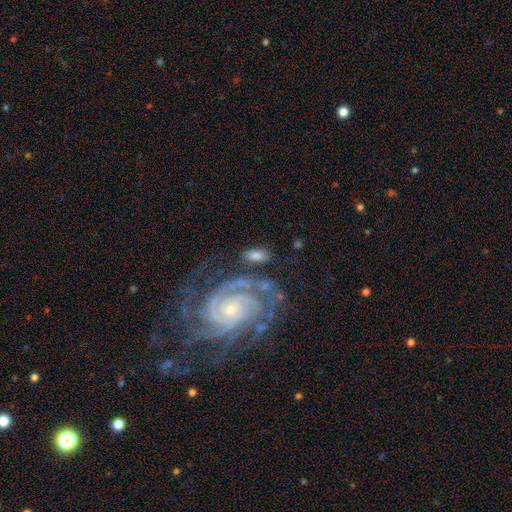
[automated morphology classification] type=featured or disk (48%); merging=none (65%).